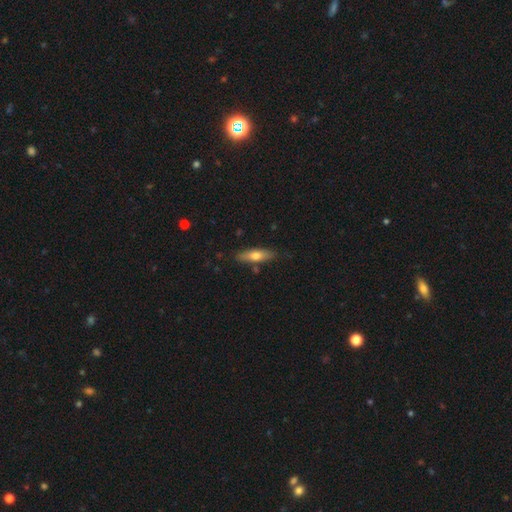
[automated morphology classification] A smooth galaxy with no disk features (63%) that is cigar-shaped (54%). Merging: none (81%).